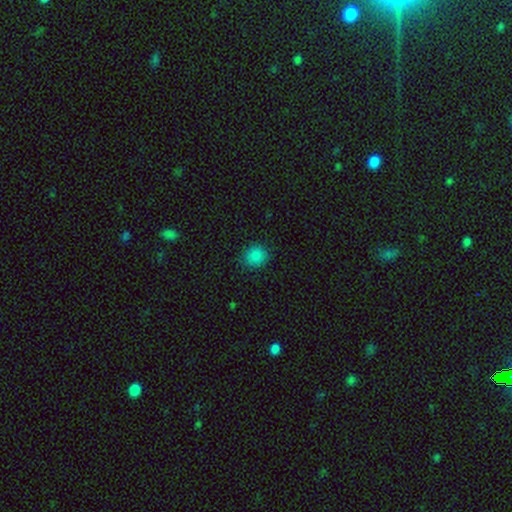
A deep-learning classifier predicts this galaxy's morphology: Smooth or featured? Predicted: smooth (p=0.86). How rounded? Predicted: round (p=0.82). Merging? Predicted: none (p=0.87).